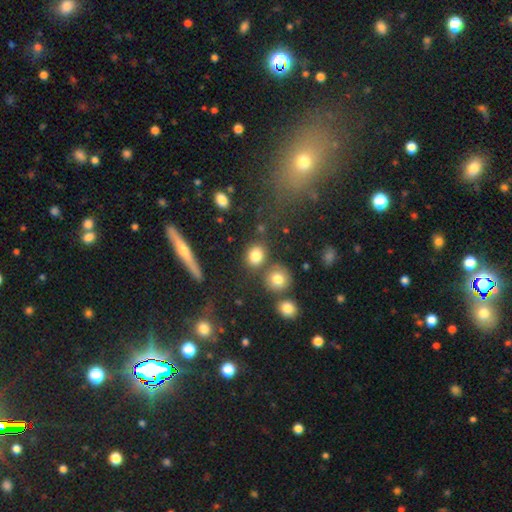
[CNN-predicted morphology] A smooth galaxy with no disk features (81%) that is round (52%).

Vote fractions:
- Smooth or featured? smooth: 81% / star or artifact: 11% / featured or disk: 8%
- How rounded? round: 52% / in between: 46% / cigar-shaped: 2%
- Merging? none: 69% / merger: 14% / minor disturbance: 12% / major disturbance: 5%